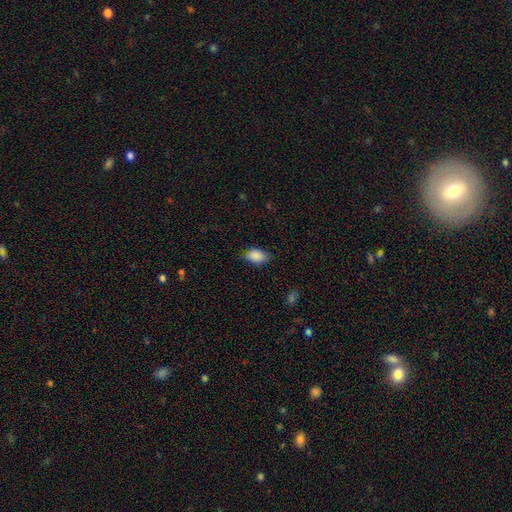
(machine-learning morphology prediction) Smooth or featured: smooth — 88% (star or artifact — 7%)
How rounded: in between — 87% (round — 12%)
Merging: none — 73% (minor disturbance — 21%)